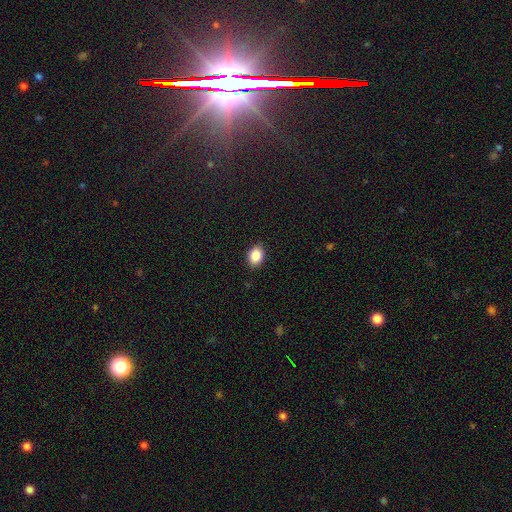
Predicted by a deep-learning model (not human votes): Smooth or featured? smooth (87%)
How rounded? in between (66%)
Merging? none (90%)